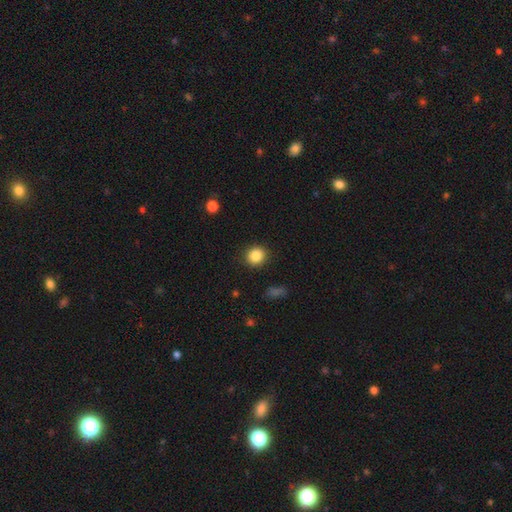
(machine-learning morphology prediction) A smooth galaxy with no disk features (86%) that is round (84%). Merging: none (90%).